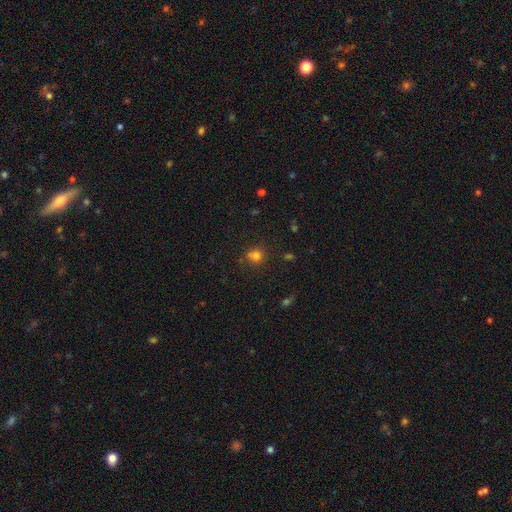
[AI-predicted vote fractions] Smooth or featured: smooth — 76% (star or artifact — 17%)
How rounded: round — 85% (in between — 14%)
Merging: none — 68% (merger — 14%)